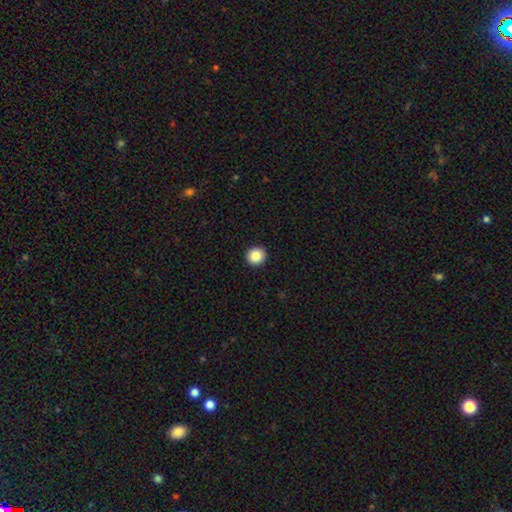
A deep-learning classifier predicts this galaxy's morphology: Smooth or featured? Predicted: smooth (p=0.86). How rounded? Predicted: round (p=0.94). Merging? Predicted: none (p=0.93).